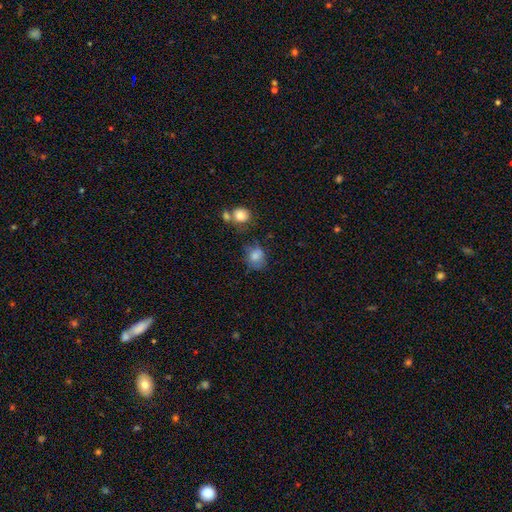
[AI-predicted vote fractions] Overall: smooth (77%). How rounded: round (61%; in between 38%). Merging: none (51%; minor disturbance 28%).